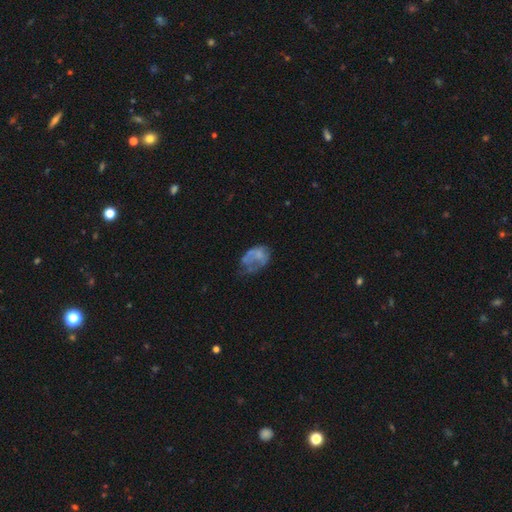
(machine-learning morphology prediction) Smooth or featured? smooth (45%)
Merging? major disturbance (38%)